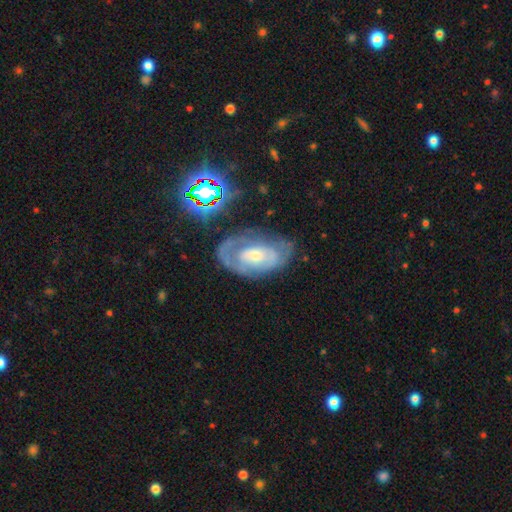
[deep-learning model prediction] Smooth or featured? Predicted: featured or disk (p=0.72). Edge-on disk? Predicted: no (p=0.95). Bar? Predicted: no (p=0.67). Spiral arms? Predicted: yes (p=0.74). Spiral winding? Predicted: tight (p=0.62). Spiral arm count? Predicted: can't tell (p=0.45). Bulge size? Predicted: moderate (p=0.52). Merging? Predicted: none (p=0.61).